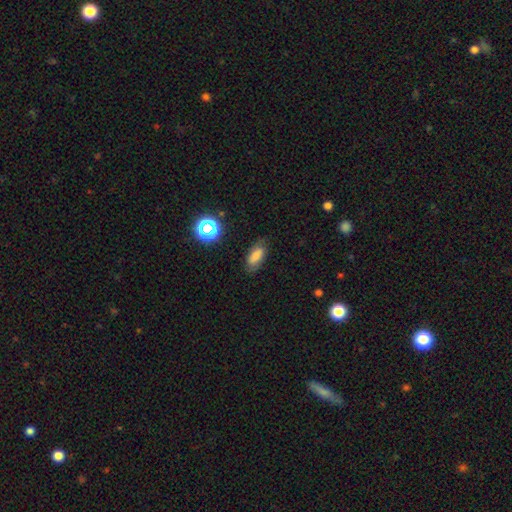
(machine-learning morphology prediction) Smooth or featured: smooth — 65% (featured or disk — 23%)
How rounded: in between — 82% (cigar-shaped — 13%)
Merging: none — 75% (minor disturbance — 18%)